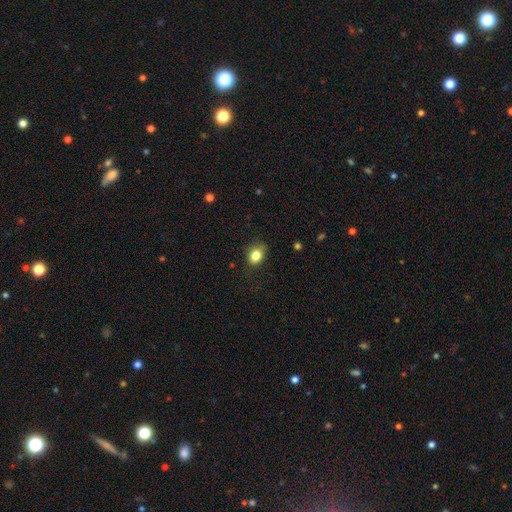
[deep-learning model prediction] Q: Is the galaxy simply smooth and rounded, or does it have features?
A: smooth — 84%.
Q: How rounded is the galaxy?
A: in between — 59%.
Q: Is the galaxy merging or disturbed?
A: none — 78%.